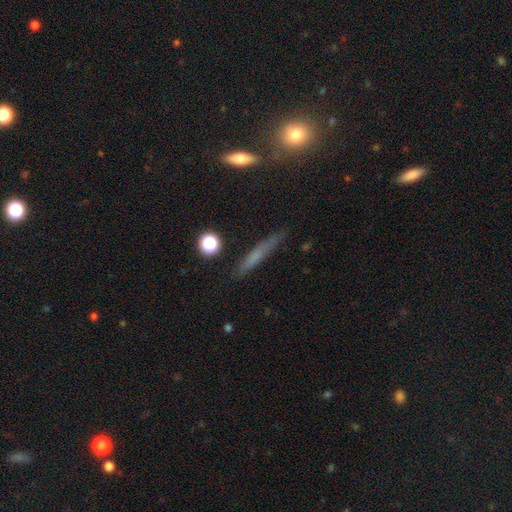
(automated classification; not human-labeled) A smooth galaxy with no disk features (54%) that is cigar-shaped (91%). Merging: none (83%).